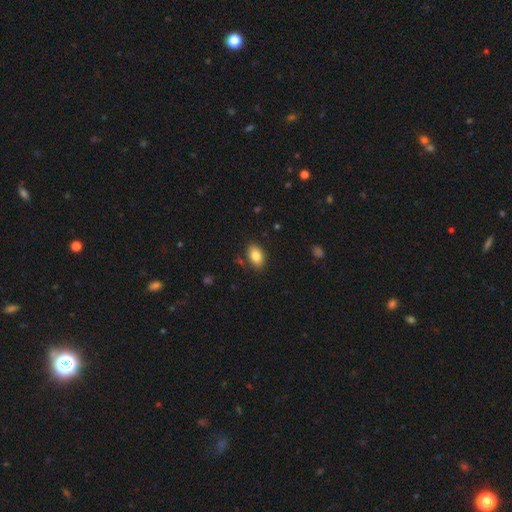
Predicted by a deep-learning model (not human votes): A smooth galaxy with no disk features (84%) that is in between round and cigar-shaped (89%).

Vote fractions:
- Smooth or featured? smooth: 84% / featured or disk: 8% / star or artifact: 8%
- How rounded? in between: 89% / round: 10% / cigar-shaped: 2%
- Merging? none: 85% / minor disturbance: 10% / major disturbance: 3% / merger: 2%